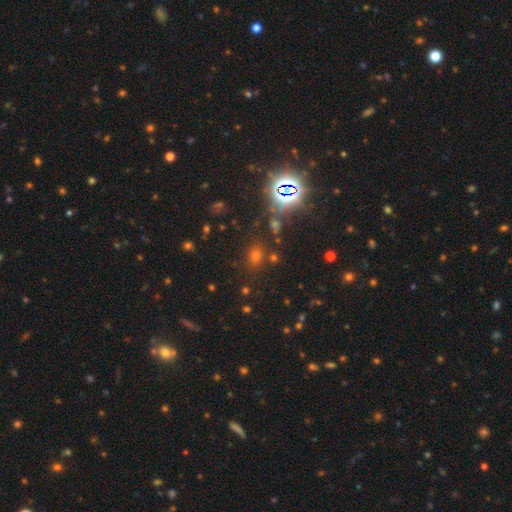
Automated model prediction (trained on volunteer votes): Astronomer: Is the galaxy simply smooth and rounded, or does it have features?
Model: star or artifact — 51% (runner-up: smooth, 42%).